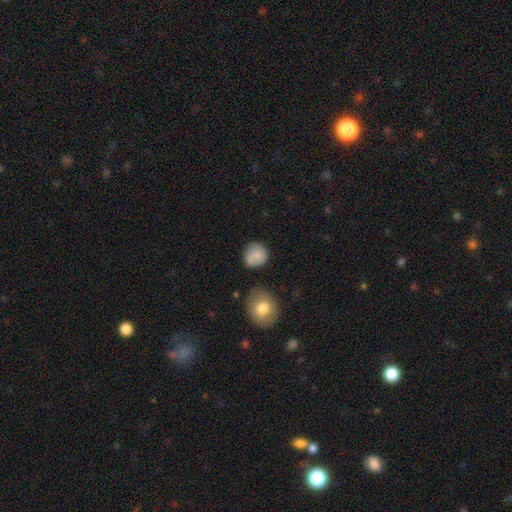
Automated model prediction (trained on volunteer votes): A smooth galaxy with no disk features (83%) that is round (86%).

Vote fractions:
- Smooth or featured? smooth: 83% / featured or disk: 9% / star or artifact: 8%
- How rounded? round: 86% / in between: 13% / cigar-shaped: 1%
- Merging? none: 72% / minor disturbance: 19% / merger: 5% / major disturbance: 5%